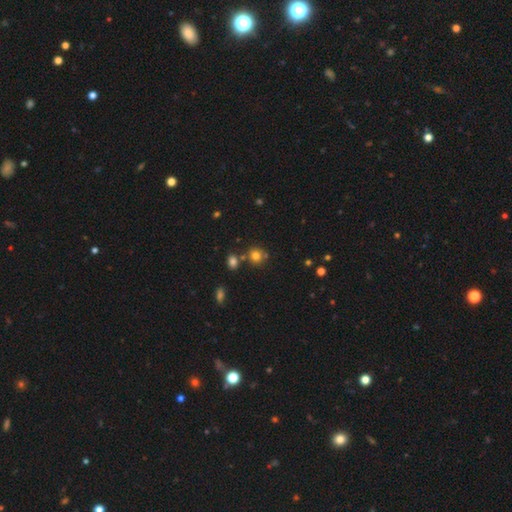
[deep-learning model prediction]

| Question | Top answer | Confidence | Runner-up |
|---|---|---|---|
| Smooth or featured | smooth | 76% | star or artifact (16%) |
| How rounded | round | 84% | in between (15%) |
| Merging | none | 70% | merger (16%) |